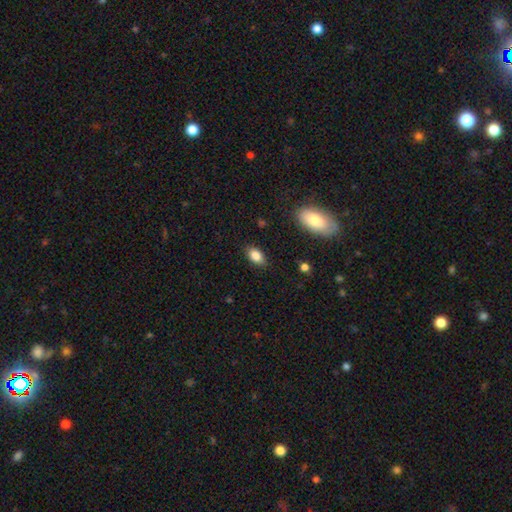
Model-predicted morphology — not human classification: This is clearly a smooth galaxy (85%). How rounded: clearly in between (89%). Merging: clearly none (86%).